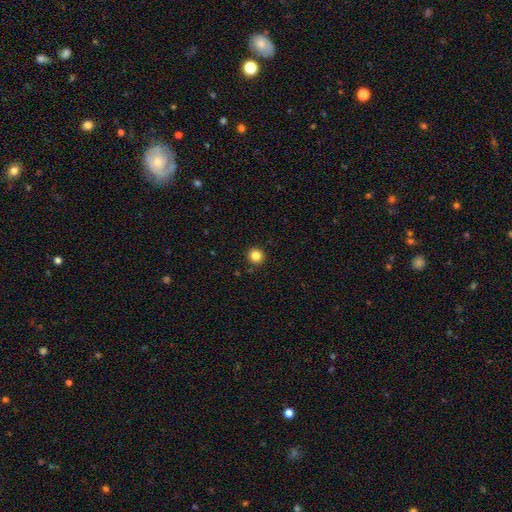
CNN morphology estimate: type=smooth (83%); roundness=round (94%); merging=none (91%).